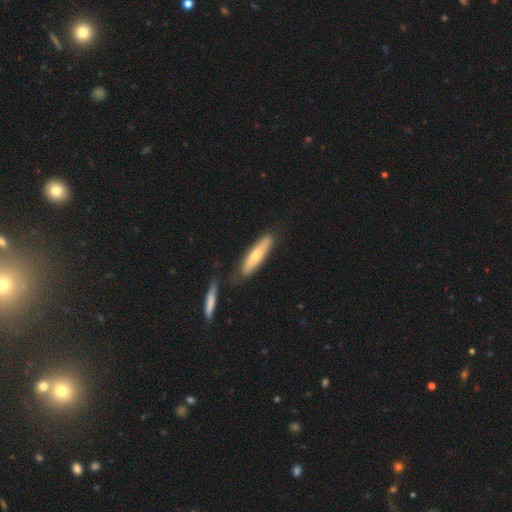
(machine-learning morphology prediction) smooth_or_featured: smooth (p=0.59) [alt: featured or disk p=0.35]
how_rounded: cigar-shaped (p=0.74) [alt: in between p=0.24]
merging: none (p=0.76) [alt: minor disturbance p=0.14]